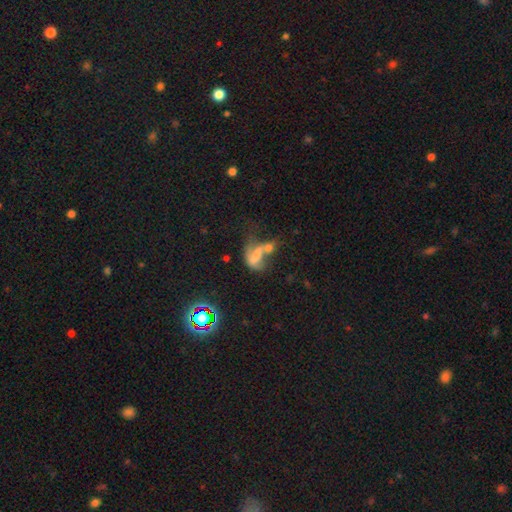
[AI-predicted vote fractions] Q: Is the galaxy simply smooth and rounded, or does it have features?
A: smooth — 49%.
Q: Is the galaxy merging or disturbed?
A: merger — 49%.